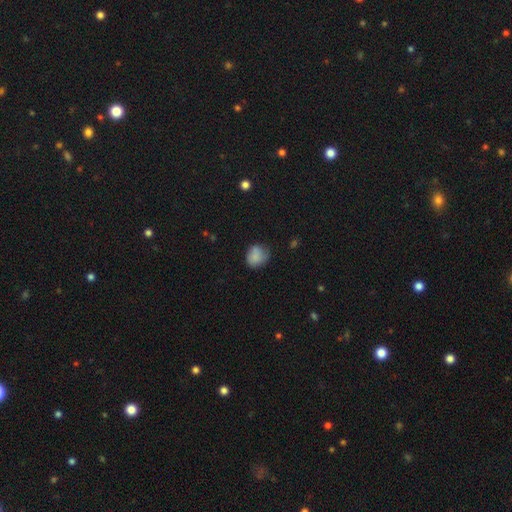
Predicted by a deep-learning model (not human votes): Overall: smooth (80%). How rounded: round (64%; in between 36%). Merging: none (56%; minor disturbance 31%).